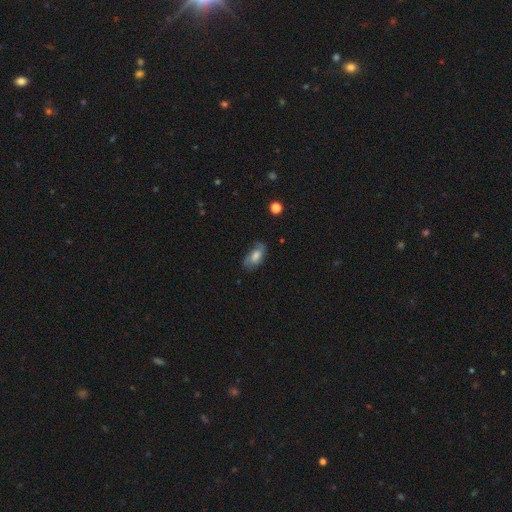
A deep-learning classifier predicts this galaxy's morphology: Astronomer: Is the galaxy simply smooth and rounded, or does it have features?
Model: smooth — 55% (runner-up: featured or disk, 36%).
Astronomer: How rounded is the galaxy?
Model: in between — 88%.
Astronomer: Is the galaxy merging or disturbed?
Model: none — 61%.